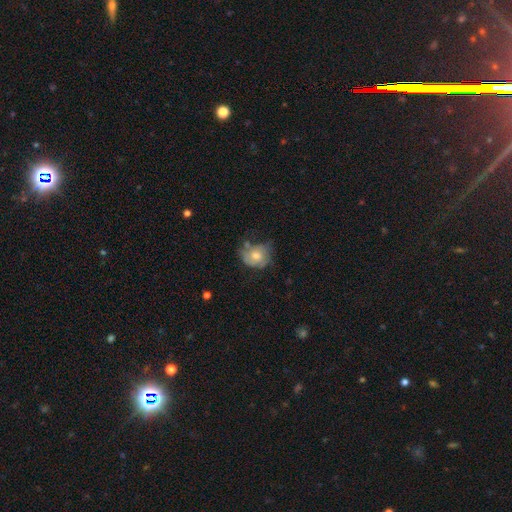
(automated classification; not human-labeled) Smooth or featured?
  - smooth: 52% *
  - featured or disk: 39%
  - star or artifact: 9%
How rounded?
  - round: 62% *
  - in between: 37%
  - cigar-shaped: 1%
Merging?
  - none: 45% *
  - minor disturbance: 33%
  - major disturbance: 17%
  - merger: 5%